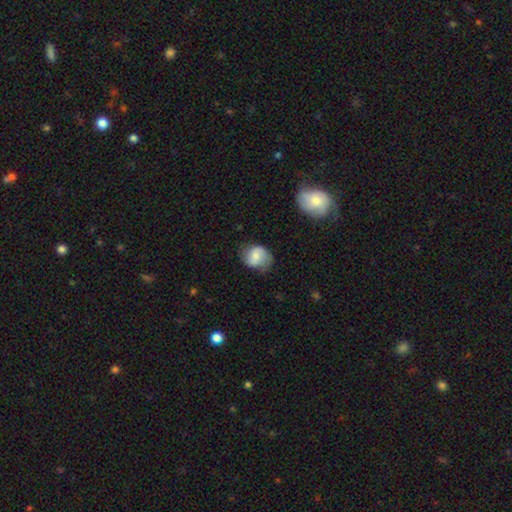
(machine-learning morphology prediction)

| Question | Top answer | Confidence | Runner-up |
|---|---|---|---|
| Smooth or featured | smooth | 61% | featured or disk (31%) |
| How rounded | round | 56% | in between (43%) |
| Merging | none | 60% | minor disturbance (28%) |